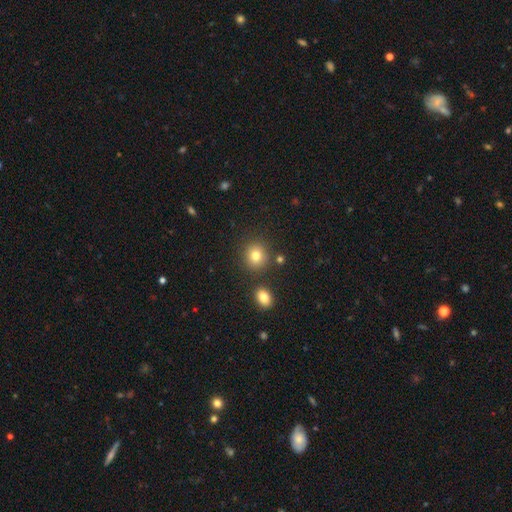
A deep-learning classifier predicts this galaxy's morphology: smooth_or_featured: smooth (p=0.80) [alt: star or artifact p=0.12]
how_rounded: round (p=0.84) [alt: in between p=0.16]
merging: none (p=0.83) [alt: minor disturbance p=0.08]